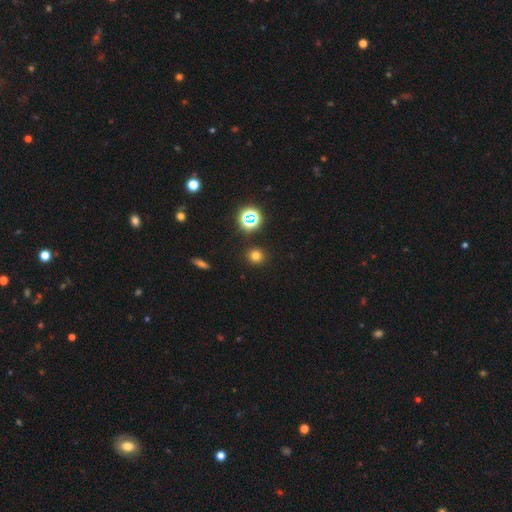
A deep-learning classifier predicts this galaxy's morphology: This appears to be a smooth galaxy with no disk features (74%) that is round (89%). Merging: none (90%).